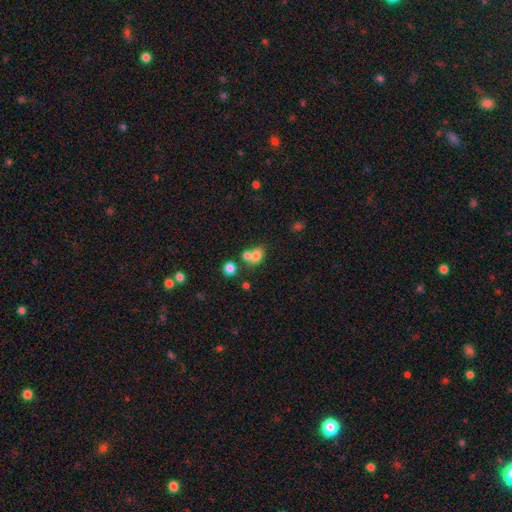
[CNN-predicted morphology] A smooth galaxy with no disk features (75%) that is in between round and cigar-shaped (57%).

Vote fractions:
- Smooth or featured? smooth: 75% / star or artifact: 13% / featured or disk: 13%
- How rounded? in between: 57% / round: 41% / cigar-shaped: 1%
- Merging? merger: 46% / none: 38% / minor disturbance: 11% / major disturbance: 5%